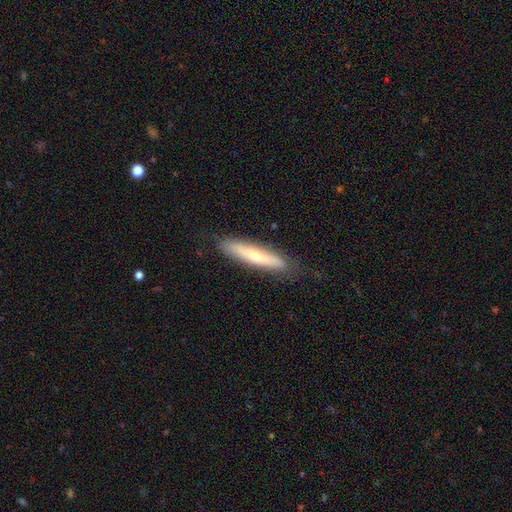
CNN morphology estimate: type=smooth (56%); roundness=cigar-shaped (89%); merging=none (82%).